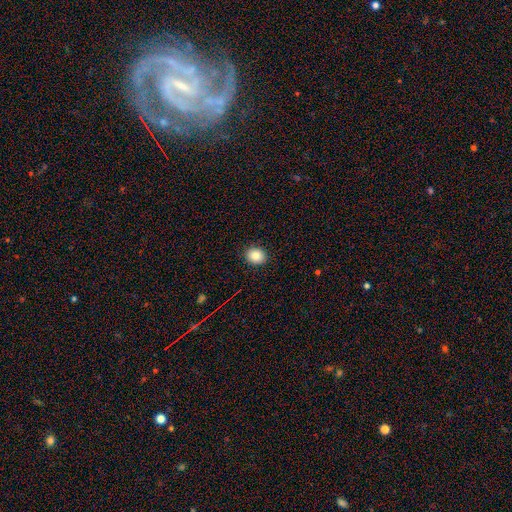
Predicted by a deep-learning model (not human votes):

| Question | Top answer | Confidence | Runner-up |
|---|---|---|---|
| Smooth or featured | smooth | 85% | star or artifact (9%) |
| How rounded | round | 56% | in between (44%) |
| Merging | none | 90% | minor disturbance (7%) |